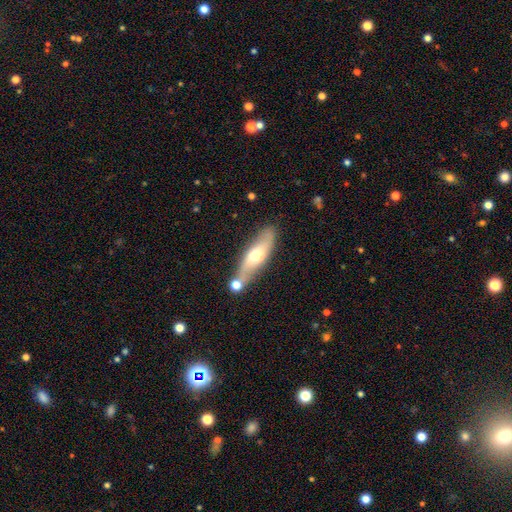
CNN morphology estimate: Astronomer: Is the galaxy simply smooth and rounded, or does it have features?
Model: smooth — 47%, tied with featured or disk at 47%.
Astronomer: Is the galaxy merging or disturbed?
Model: none — 65%.